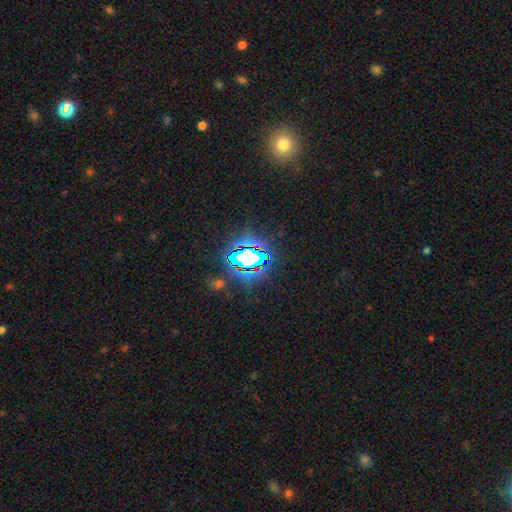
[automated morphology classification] The model was most divided on "smooth or featured": star or artifact: 71%, smooth: 16%, featured or disk: 14%.